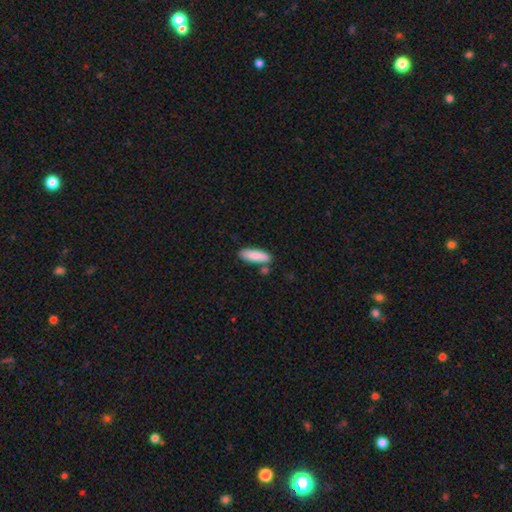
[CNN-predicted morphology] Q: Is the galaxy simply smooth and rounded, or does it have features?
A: smooth — 86%.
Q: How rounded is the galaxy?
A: cigar-shaped — 54%.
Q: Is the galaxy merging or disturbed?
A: none — 78%.